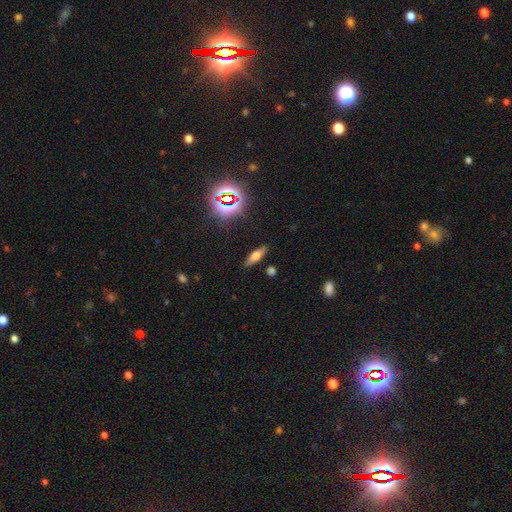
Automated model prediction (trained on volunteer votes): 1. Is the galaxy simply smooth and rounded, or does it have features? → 57% smooth, 27% featured or disk, 16% star or artifact.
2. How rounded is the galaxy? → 49% in between, 47% cigar-shaped, 4% round.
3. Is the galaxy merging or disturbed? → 86% none, 10% minor disturbance, 3% major disturbance, 2% merger.